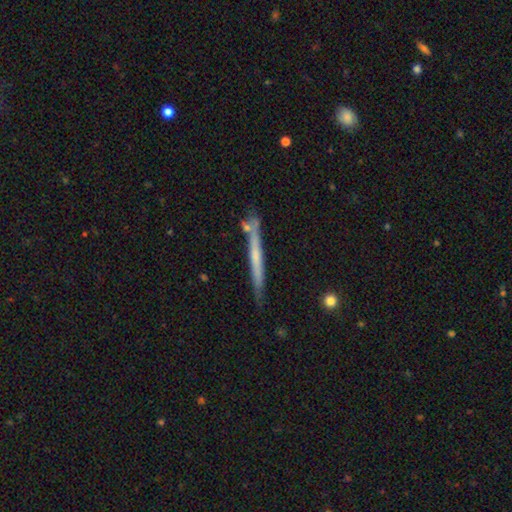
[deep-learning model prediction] Smooth or featured: featured or disk — 53% (smooth — 41%)
Edge-on disk: yes — 95% (no — 5%)
Edge-on bulge: none — 78% (rounded — 16%)
Merging: none — 79% (minor disturbance — 13%)